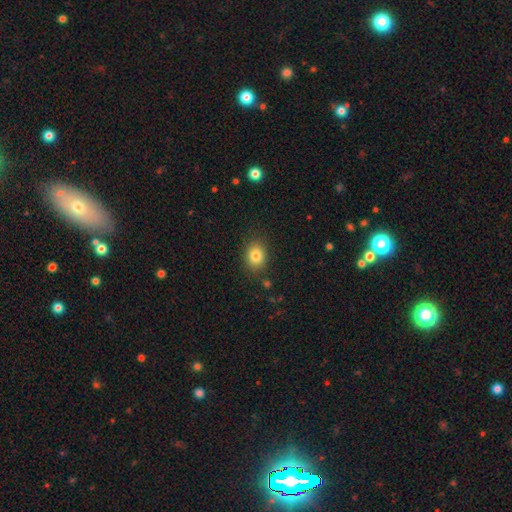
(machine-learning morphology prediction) Overall: smooth (82%). How rounded: round (50%; in between 49%). Merging: none (85%).